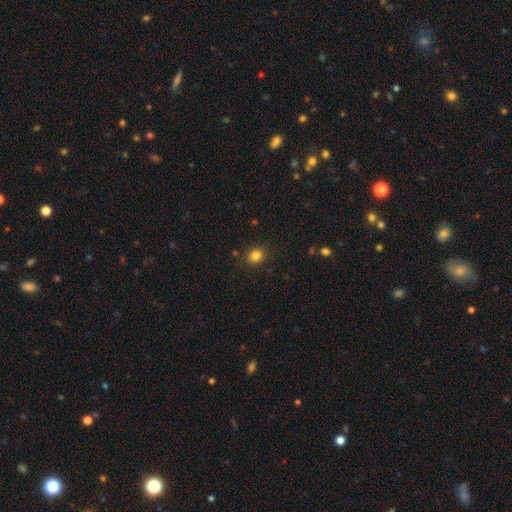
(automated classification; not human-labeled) Smooth or featured: smooth — 83% (star or artifact — 12%)
How rounded: round — 74% (in between — 25%)
Merging: none — 88% (minor disturbance — 8%)